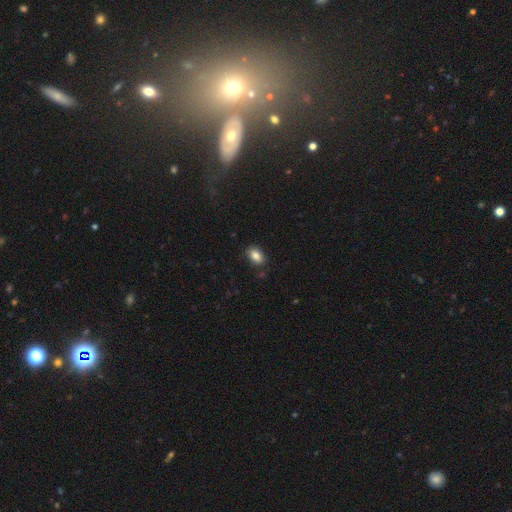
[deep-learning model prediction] Smooth or featured? smooth (85%)
How rounded? in between (88%)
Merging? none (86%)